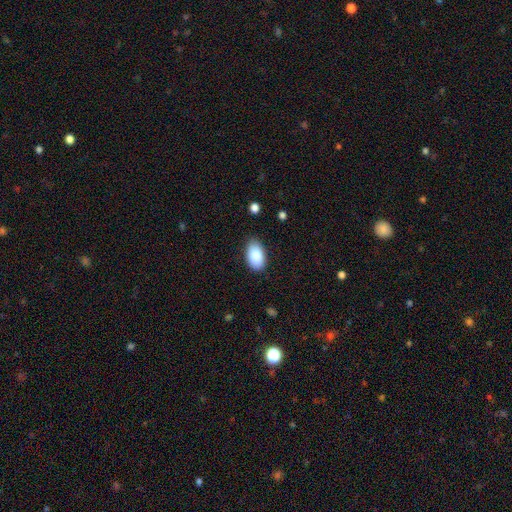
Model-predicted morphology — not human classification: smooth-or-featured: smooth: 89% | star or artifact: 6% | featured or disk: 5%
  how-rounded: in between: 94% | round: 4% | cigar-shaped: 1%
  merging: none: 81% | minor disturbance: 15% | major disturbance: 3% | merger: 1%